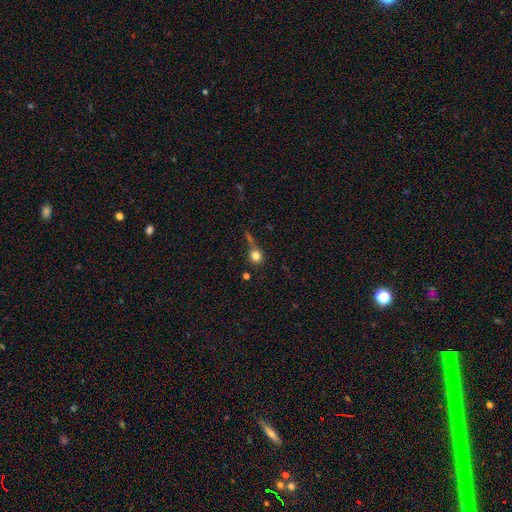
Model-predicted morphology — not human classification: Q: Smooth or featured?
A: smooth (78%); runner-up: star or artifact (13%)
Q: How rounded?
A: round (88%); runner-up: in between (11%)
Q: Merging?
A: none (57%); runner-up: minor disturbance (17%)